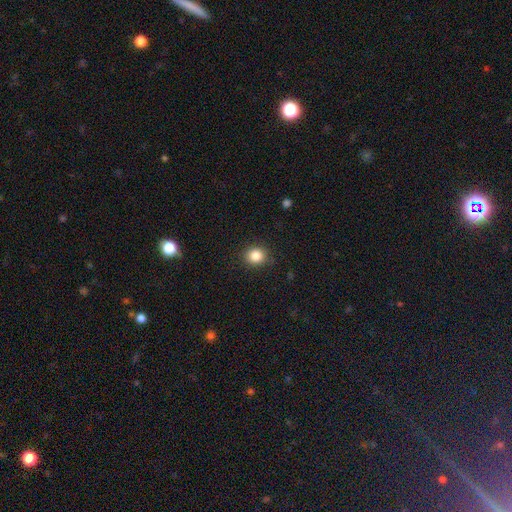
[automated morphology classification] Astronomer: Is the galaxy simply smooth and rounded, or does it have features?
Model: smooth — 85%.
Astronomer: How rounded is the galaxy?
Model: round — 80%.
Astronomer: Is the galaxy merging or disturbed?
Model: none — 89%.